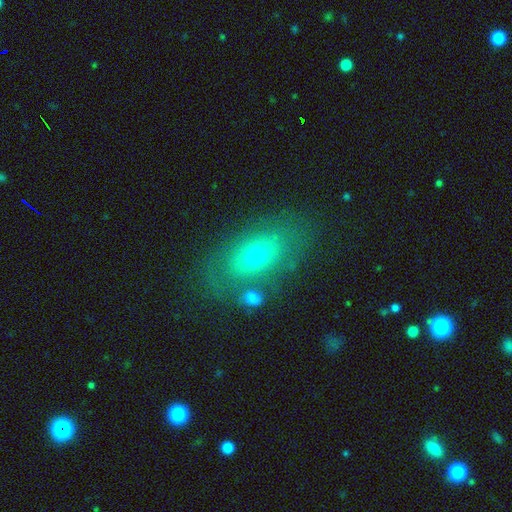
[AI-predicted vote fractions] A smooth galaxy with no disk features (59%) that is in between round and cigar-shaped (83%).

Vote fractions:
- Smooth or featured? smooth: 59% / featured or disk: 28% / star or artifact: 13%
- How rounded? in between: 83% / round: 13% / cigar-shaped: 5%
- Merging? none: 70% / minor disturbance: 15% / merger: 8% / major disturbance: 7%